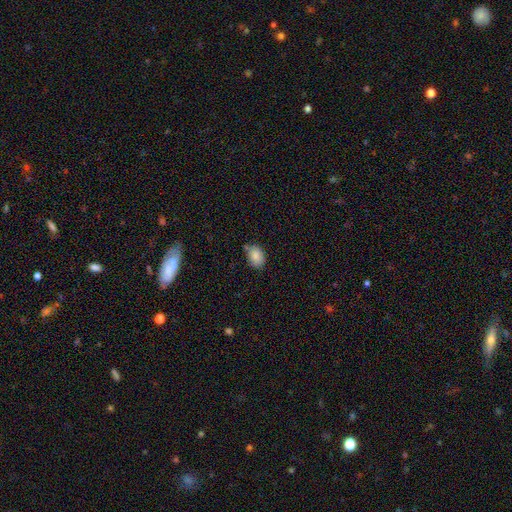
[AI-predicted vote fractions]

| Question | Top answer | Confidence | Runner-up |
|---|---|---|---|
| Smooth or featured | smooth | 86% | star or artifact (8%) |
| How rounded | in between | 77% | round (22%) |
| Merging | none | 67% | minor disturbance (24%) |